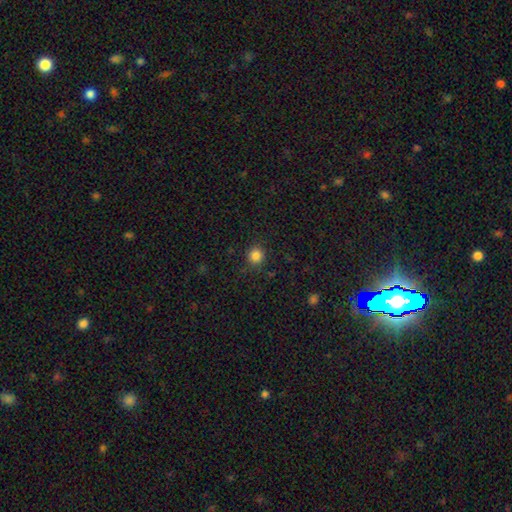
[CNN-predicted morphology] type=smooth (84%); roundness=round (92%); merging=none (89%).